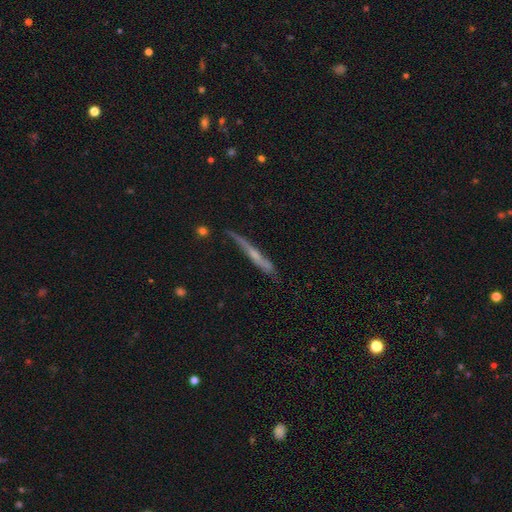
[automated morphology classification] featured or disk 61%, smooth 31%, star or artifact 8%. Down the decision tree: edge-on disk — yes (91%); edge-on bulge — none (48%); merging — none (69%).